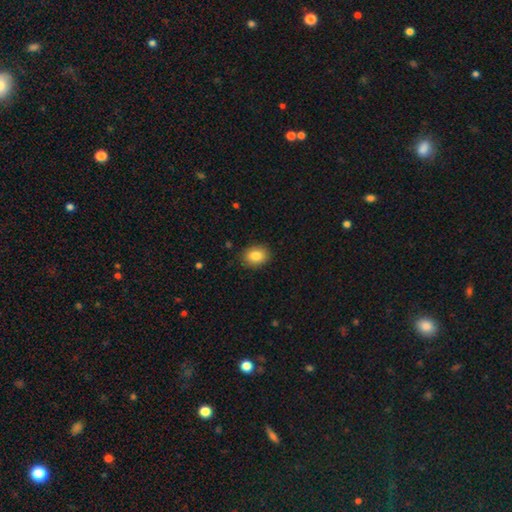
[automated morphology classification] This is clearly a smooth galaxy (85%). How rounded: likely in between (63%). Merging: clearly none (88%).